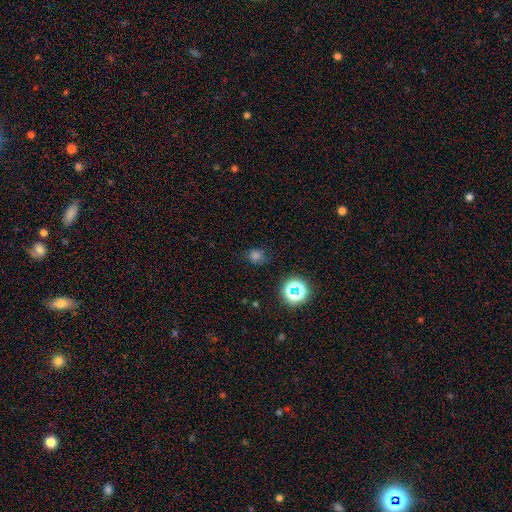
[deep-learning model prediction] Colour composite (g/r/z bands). It shows a smooth galaxy with no disk features (69%) that is round (75%). Merging: none (74%).